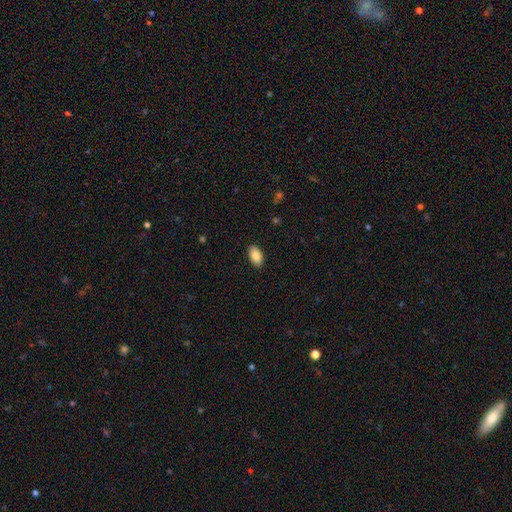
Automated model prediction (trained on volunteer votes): Smooth or featured: smooth — 87% (star or artifact — 7%)
How rounded: in between — 94% (round — 4%)
Merging: none — 89% (minor disturbance — 8%)